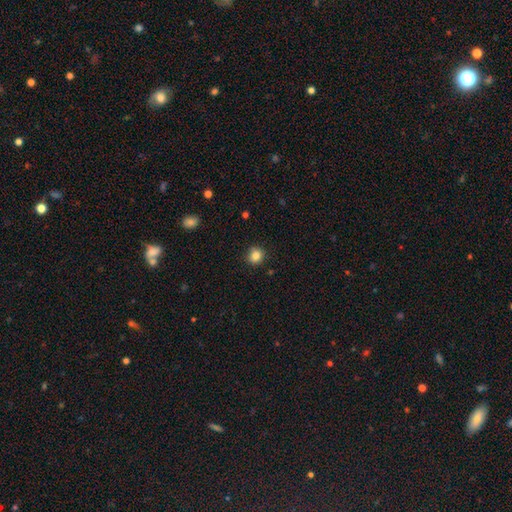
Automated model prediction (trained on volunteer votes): smooth_or_featured: smooth (p=0.84) [alt: star or artifact p=0.11]
how_rounded: round (p=0.87) [alt: in between p=0.12]
merging: none (p=0.88) [alt: minor disturbance p=0.08]